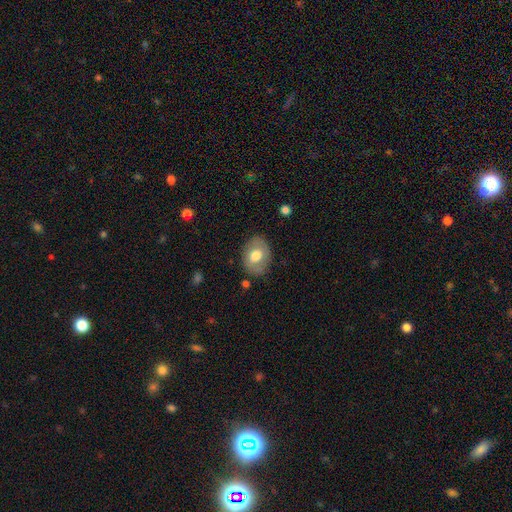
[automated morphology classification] Smooth or featured: smooth — 64% (featured or disk — 29%)
How rounded: in between — 67% (round — 32%)
Merging: none — 80% (minor disturbance — 14%)